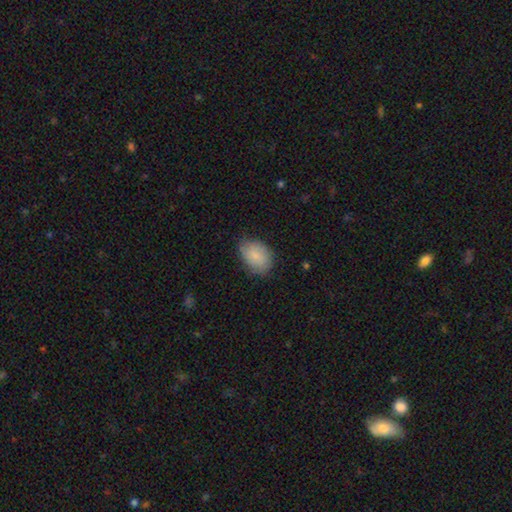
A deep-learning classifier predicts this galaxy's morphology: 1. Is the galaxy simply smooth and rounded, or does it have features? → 85% smooth, 9% featured or disk, 6% star or artifact.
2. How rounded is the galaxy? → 83% in between, 16% round, 1% cigar-shaped.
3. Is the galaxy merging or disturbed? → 76% none, 19% minor disturbance, 4% major disturbance, 1% merger.